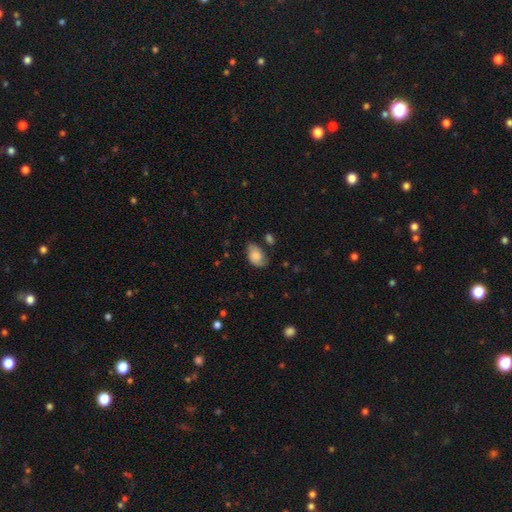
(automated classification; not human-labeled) Q: Smooth or featured?
A: smooth (75%); runner-up: featured or disk (17%)
Q: How rounded?
A: in between (86%); runner-up: round (13%)
Q: Merging?
A: none (53%); runner-up: minor disturbance (33%)